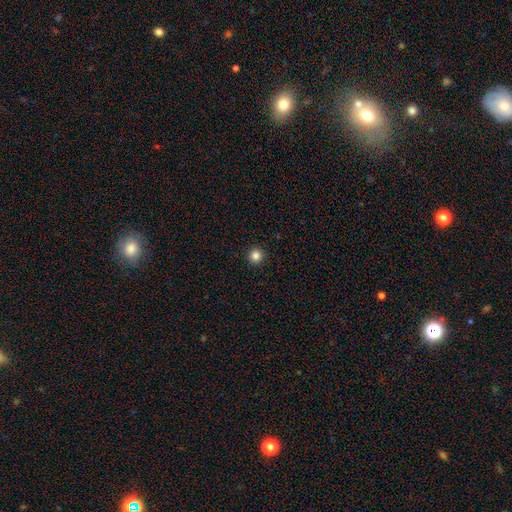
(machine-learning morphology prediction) smooth_or_featured: smooth (p=0.84) [alt: star or artifact p=0.12]
how_rounded: round (p=0.96) [alt: in between p=0.03]
merging: none (p=0.93) [alt: minor disturbance p=0.04]